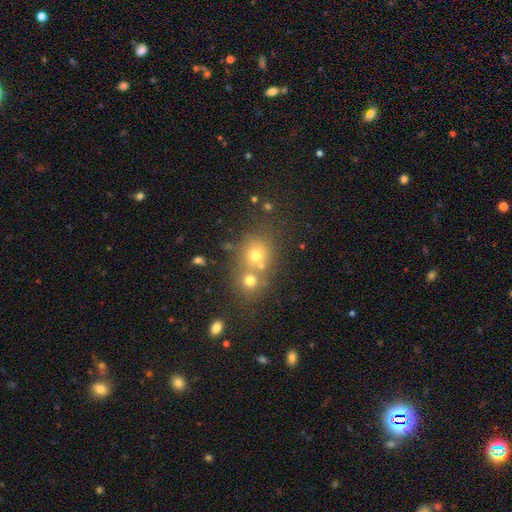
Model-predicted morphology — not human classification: Smooth or featured: smooth — 68% (star or artifact — 18%)
How rounded: round — 77% (in between — 22%)
Merging: none — 45% (merger — 43%)